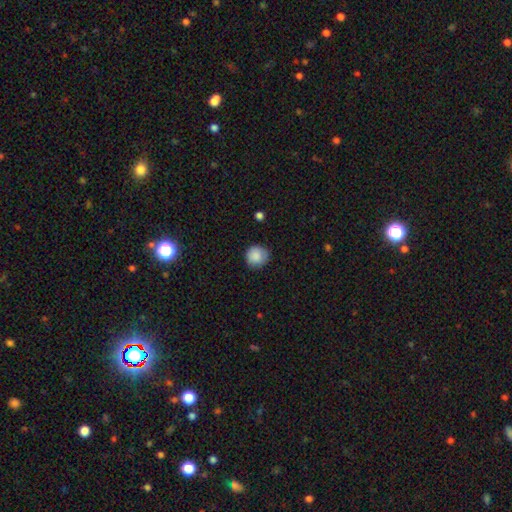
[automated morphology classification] Overall: smooth (87%). How rounded: round (89%). Merging: none (80%).